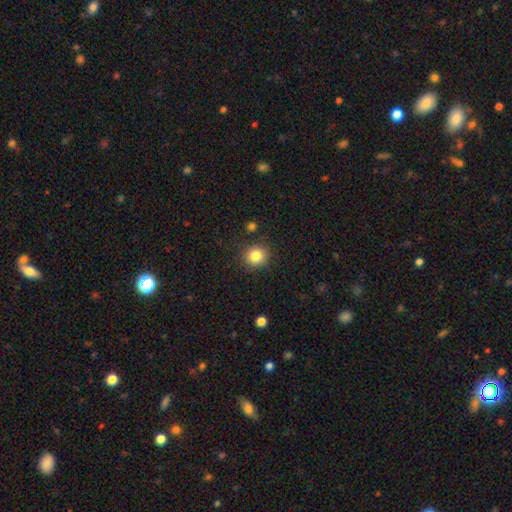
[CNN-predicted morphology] Smooth or featured: smooth — 84% (star or artifact — 10%)
How rounded: round — 88% (in between — 11%)
Merging: none — 88% (minor disturbance — 8%)